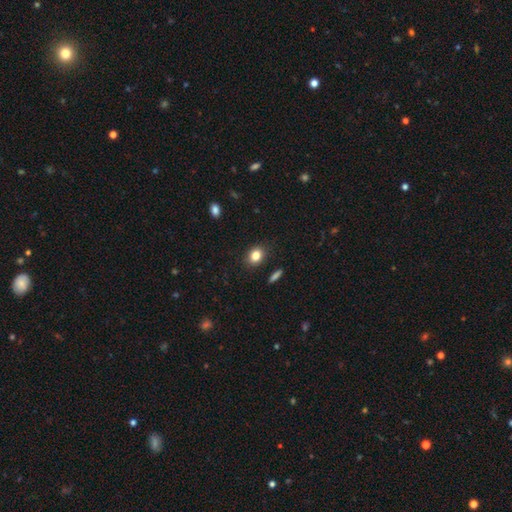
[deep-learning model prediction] Overall: smooth (82%). How rounded: in between (51%; round 47%). Merging: none (88%).